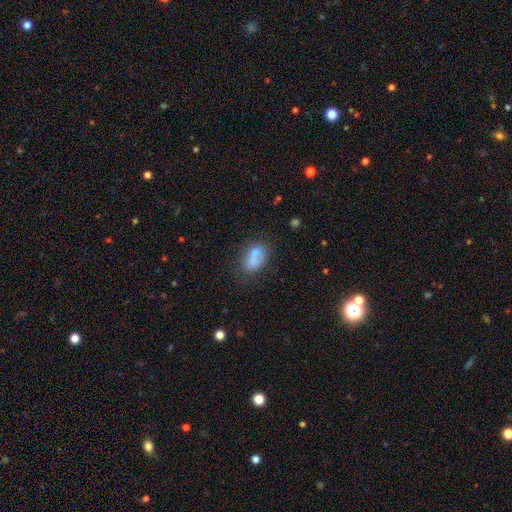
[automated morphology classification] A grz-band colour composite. It shows a smooth galaxy with no disk features (69%) that is in between round and cigar-shaped (80%). Merging: none (42%).